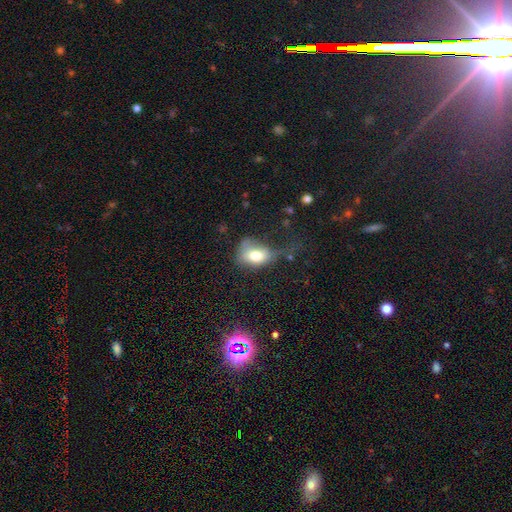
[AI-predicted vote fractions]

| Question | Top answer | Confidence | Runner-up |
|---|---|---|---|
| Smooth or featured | smooth | 72% | featured or disk (18%) |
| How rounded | in between | 73% | round (25%) |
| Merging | major disturbance | 35% | minor disturbance (31%) |